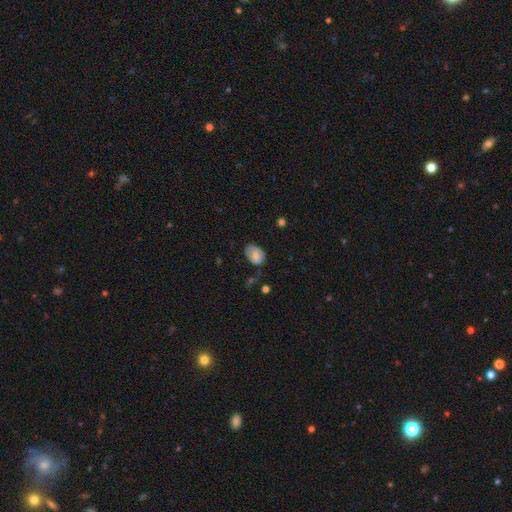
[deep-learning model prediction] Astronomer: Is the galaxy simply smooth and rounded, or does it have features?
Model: smooth — 68%.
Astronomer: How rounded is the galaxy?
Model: in between — 75%.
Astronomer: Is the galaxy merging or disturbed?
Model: none — 51% (runner-up: minor disturbance, 35%).